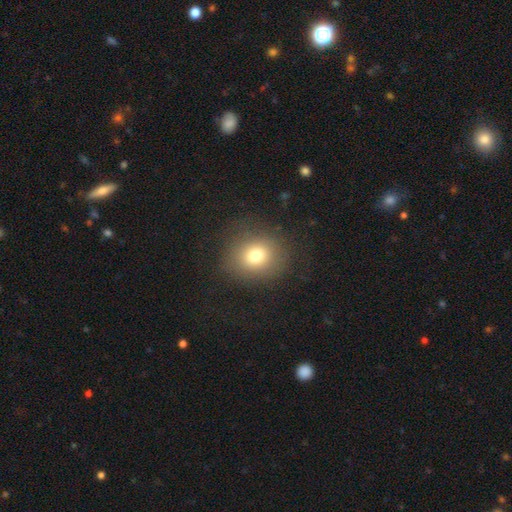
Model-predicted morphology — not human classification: Smooth or featured: smooth — 76% (star or artifact — 14%)
How rounded: round — 72% (in between — 28%)
Merging: none — 83% (minor disturbance — 10%)